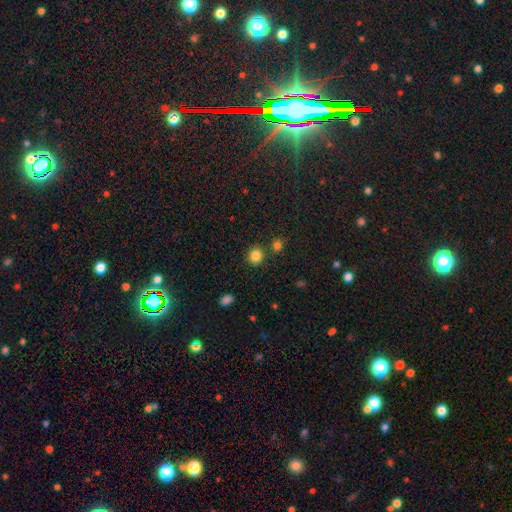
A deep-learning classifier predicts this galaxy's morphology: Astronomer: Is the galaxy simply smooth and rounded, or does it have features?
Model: smooth — 84%.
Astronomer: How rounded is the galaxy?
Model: round — 83%.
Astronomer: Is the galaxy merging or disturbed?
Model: none — 82%.